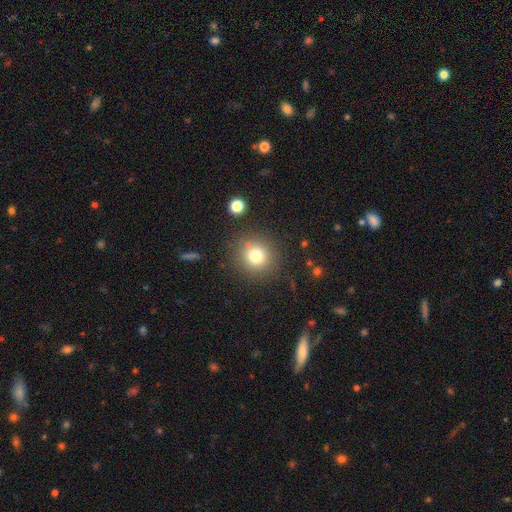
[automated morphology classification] Smooth or featured?
  - smooth: 77% *
  - star or artifact: 14%
  - featured or disk: 9%
How rounded?
  - round: 92% *
  - in between: 7%
  - cigar-shaped: 1%
Merging?
  - none: 83% *
  - minor disturbance: 9%
  - merger: 5%
  - major disturbance: 4%